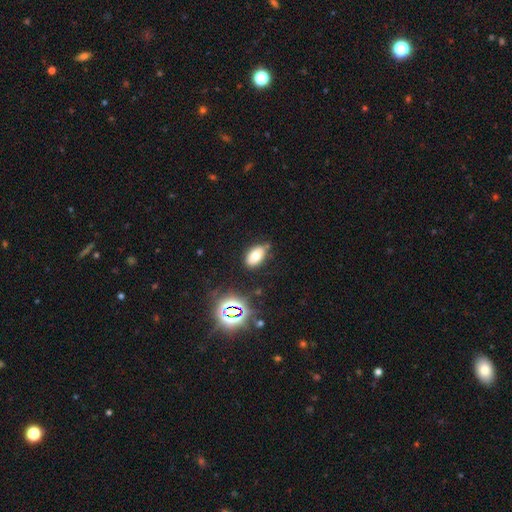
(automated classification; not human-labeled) Smooth or featured? Predicted: smooth (p=0.73). How rounded? Predicted: in between (p=0.92). Merging? Predicted: none (p=0.72).